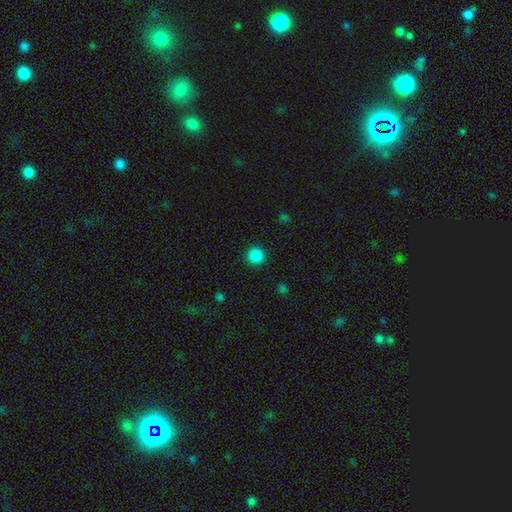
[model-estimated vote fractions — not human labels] Smooth or featured? smooth (87%)
How rounded? round (95%)
Merging? none (92%)